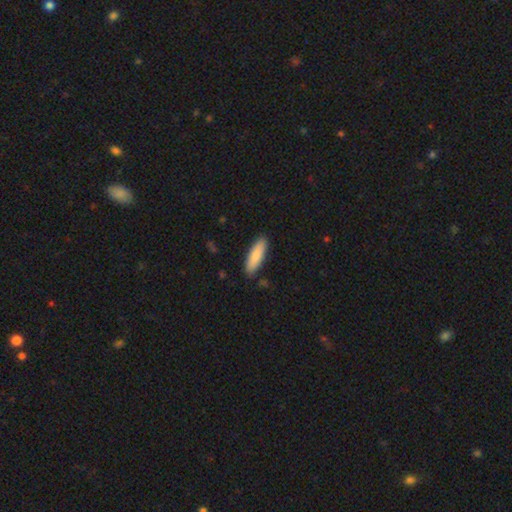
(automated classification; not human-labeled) Smooth or featured?
  - smooth: 87% *
  - featured or disk: 8%
  - star or artifact: 5%
How rounded?
  - cigar-shaped: 57% *
  - in between: 42%
  - round: 1%
Merging?
  - none: 88% *
  - minor disturbance: 9%
  - major disturbance: 2%
  - merger: 1%